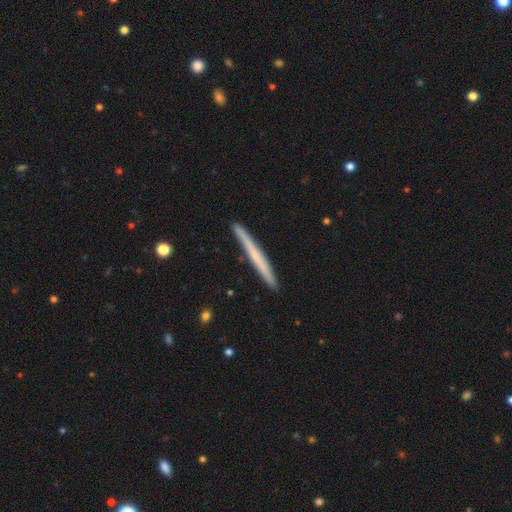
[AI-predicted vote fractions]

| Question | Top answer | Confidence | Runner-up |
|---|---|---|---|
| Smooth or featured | smooth | 49% | featured or disk (45%) |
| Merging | none | 90% | minor disturbance (7%) |